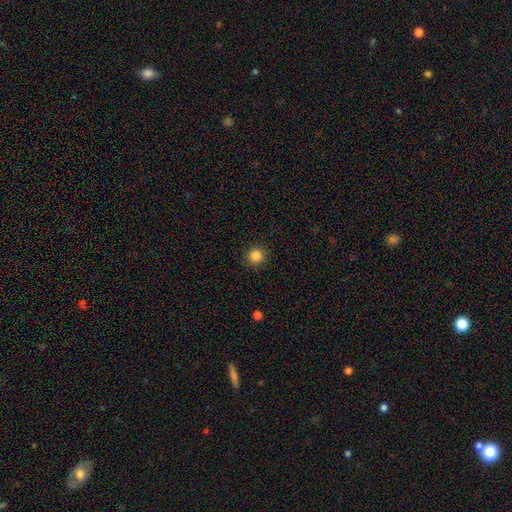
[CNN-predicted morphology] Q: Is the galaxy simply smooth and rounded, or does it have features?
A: smooth — 85%.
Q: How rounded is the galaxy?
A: round — 94%.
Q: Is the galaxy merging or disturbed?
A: none — 90%.